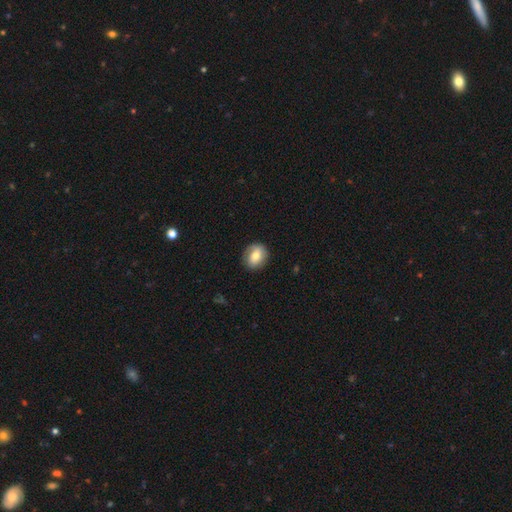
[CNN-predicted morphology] A smooth galaxy with no disk features (68%) that is round (65%).

Vote fractions:
- Smooth or featured? smooth: 68% / featured or disk: 24% / star or artifact: 8%
- How rounded? round: 65% / in between: 34% / cigar-shaped: 1%
- Merging? none: 83% / minor disturbance: 13% / major disturbance: 3% / merger: 1%